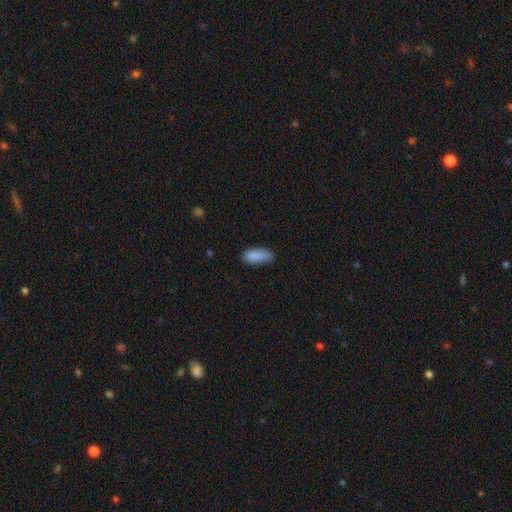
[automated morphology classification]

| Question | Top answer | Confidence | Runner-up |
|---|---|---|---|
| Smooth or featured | smooth | 87% | star or artifact (8%) |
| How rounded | in between | 77% | cigar-shaped (21%) |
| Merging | none | 64% | minor disturbance (28%) |